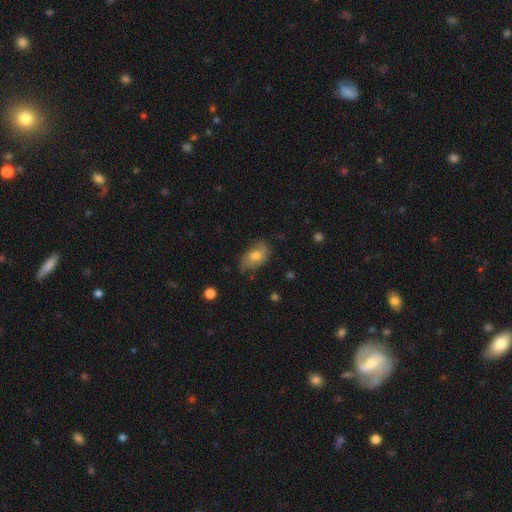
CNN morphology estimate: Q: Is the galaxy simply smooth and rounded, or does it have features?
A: smooth — 65%.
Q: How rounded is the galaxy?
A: in between — 90%.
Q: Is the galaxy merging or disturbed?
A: none — 64%.